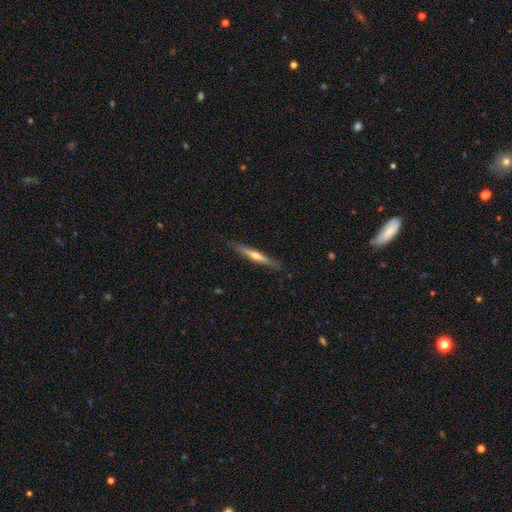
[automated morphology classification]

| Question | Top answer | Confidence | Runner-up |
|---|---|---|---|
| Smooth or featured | featured or disk | 58% | smooth (36%) |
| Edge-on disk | yes | 95% | no (5%) |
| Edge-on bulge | rounded | 77% | none (18%) |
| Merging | none | 85% | minor disturbance (12%) |